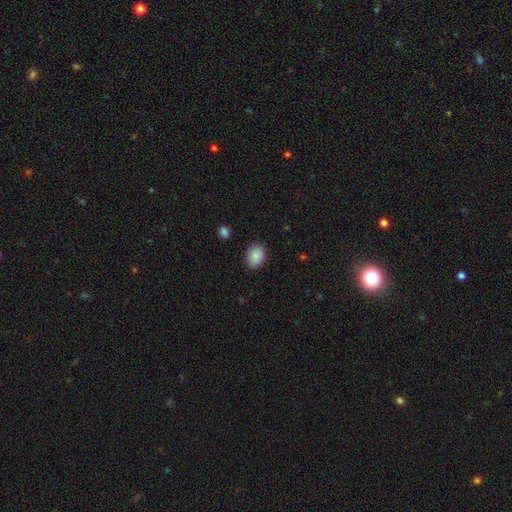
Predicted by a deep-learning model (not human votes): Smooth or featured? Predicted: smooth (p=0.88). How rounded? Predicted: in between (p=0.53). Merging? Predicted: none (p=0.86).